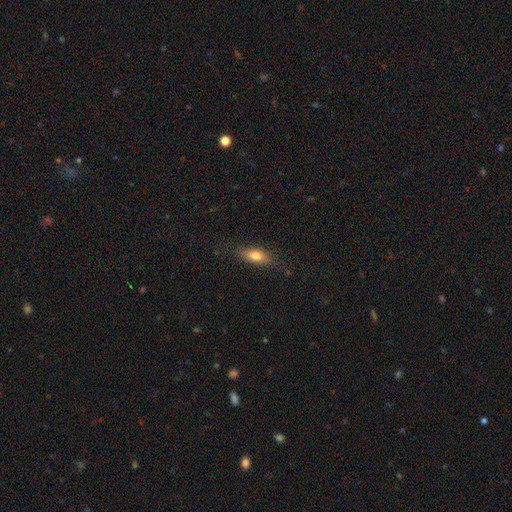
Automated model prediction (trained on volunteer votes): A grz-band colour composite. It shows a smooth galaxy with no disk features (75%) that is in between round and cigar-shaped (74%). Merging: none (81%).